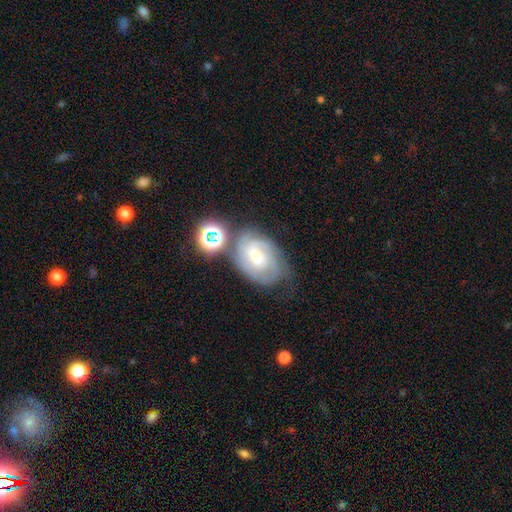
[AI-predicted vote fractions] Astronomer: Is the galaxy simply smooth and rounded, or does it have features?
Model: featured or disk — 69%.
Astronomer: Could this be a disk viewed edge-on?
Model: no — 96%.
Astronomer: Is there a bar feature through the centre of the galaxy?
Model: weak — 44%, tied with no at 44%.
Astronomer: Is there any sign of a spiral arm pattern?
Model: yes — 90%.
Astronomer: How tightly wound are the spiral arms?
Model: tight — 61%.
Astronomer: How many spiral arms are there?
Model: can't tell — 39% (runner-up: 2, 30%).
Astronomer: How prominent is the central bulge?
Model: moderate — 40% (runner-up: small, 33%).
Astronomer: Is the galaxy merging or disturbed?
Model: none — 55%.